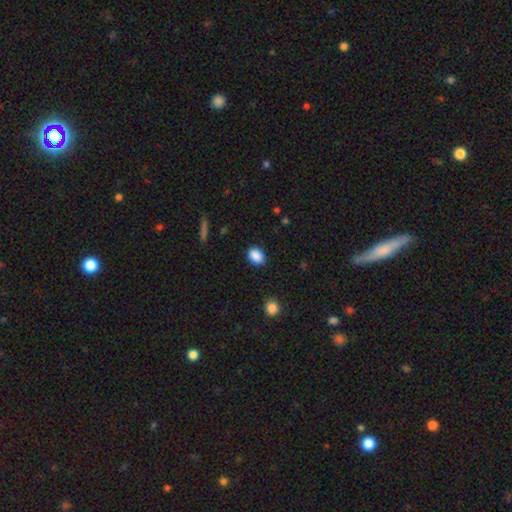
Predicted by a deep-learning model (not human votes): Q: Smooth or featured?
A: smooth (89%); runner-up: star or artifact (8%)
Q: How rounded?
A: in between (74%); runner-up: round (25%)
Q: Merging?
A: none (86%); runner-up: minor disturbance (11%)